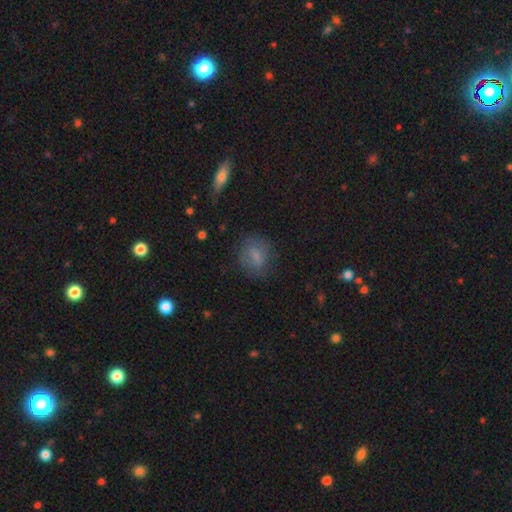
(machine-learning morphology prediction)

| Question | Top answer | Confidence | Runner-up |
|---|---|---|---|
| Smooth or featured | smooth | 69% | featured or disk (20%) |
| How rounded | in between | 54% | round (42%) |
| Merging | none | 72% | minor disturbance (19%) |